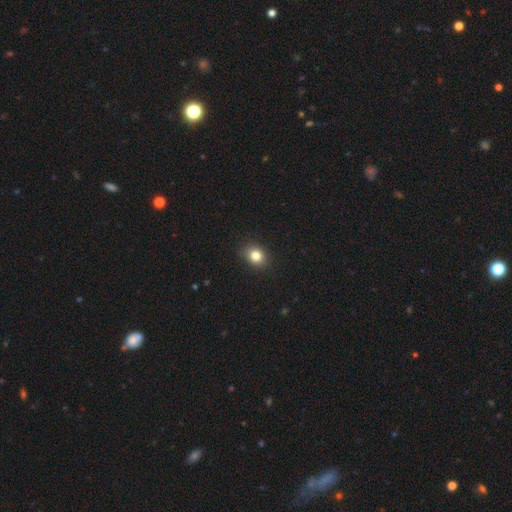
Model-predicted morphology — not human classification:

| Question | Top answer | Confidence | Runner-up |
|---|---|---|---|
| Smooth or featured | smooth | 83% | star or artifact (11%) |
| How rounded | round | 59% | in between (40%) |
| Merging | none | 87% | minor disturbance (10%) |